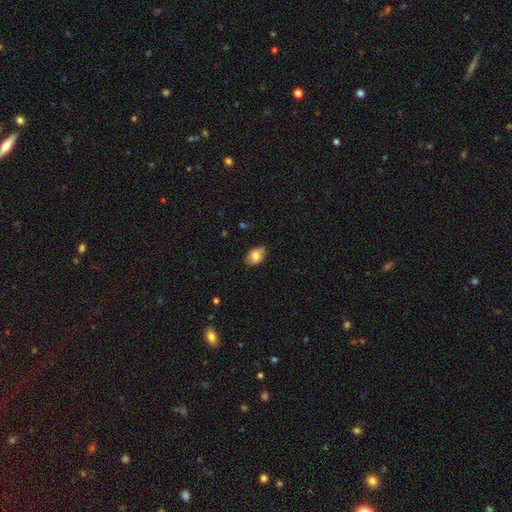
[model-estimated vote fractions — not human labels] Q: Smooth or featured?
A: smooth (80%); runner-up: featured or disk (12%)
Q: How rounded?
A: in between (85%); runner-up: round (14%)
Q: Merging?
A: none (75%); runner-up: minor disturbance (21%)